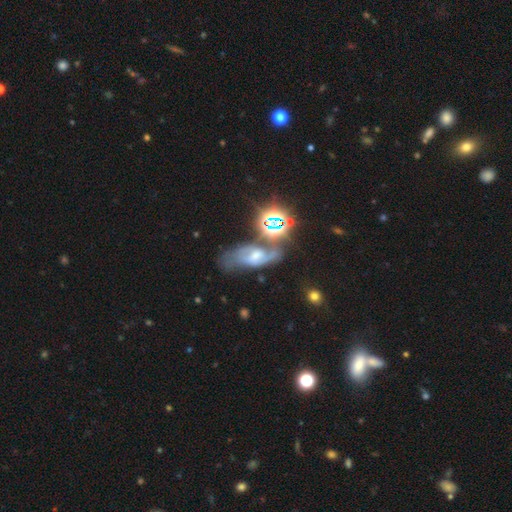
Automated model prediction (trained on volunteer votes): smooth_or_featured: featured or disk (p=0.46) [alt: star or artifact p=0.34]
merging: none (p=0.51) [alt: minor disturbance p=0.20]